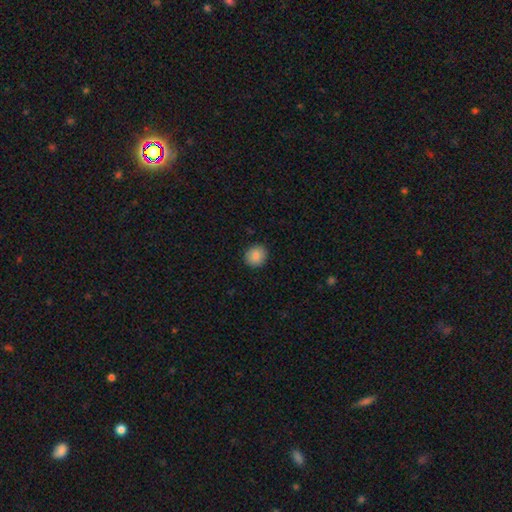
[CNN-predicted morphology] smooth_or_featured: smooth (p=0.86) [alt: star or artifact p=0.09]
how_rounded: round (p=0.82) [alt: in between p=0.17]
merging: none (p=0.89) [alt: minor disturbance p=0.08]